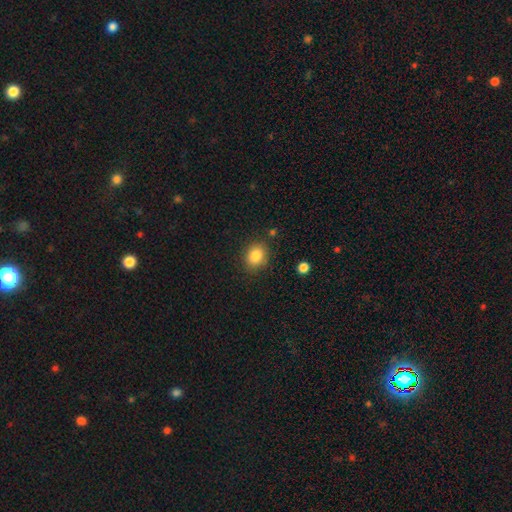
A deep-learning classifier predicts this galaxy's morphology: This appears to be a smooth galaxy with no disk features (84%) that is round (53%). Merging: none (84%).